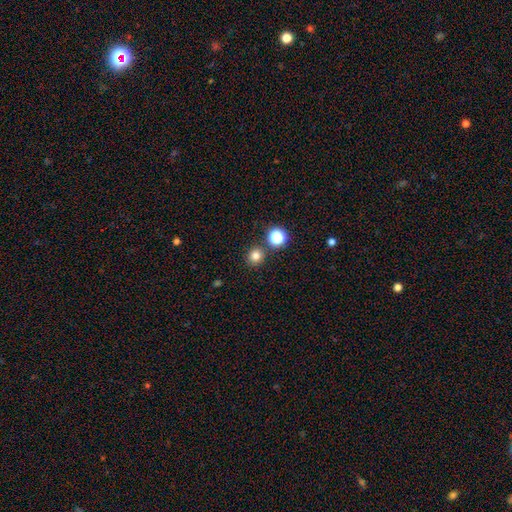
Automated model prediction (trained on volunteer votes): Smooth or featured? Predicted: smooth (p=0.78). How rounded? Predicted: round (p=0.92). Merging? Predicted: none (p=0.84).